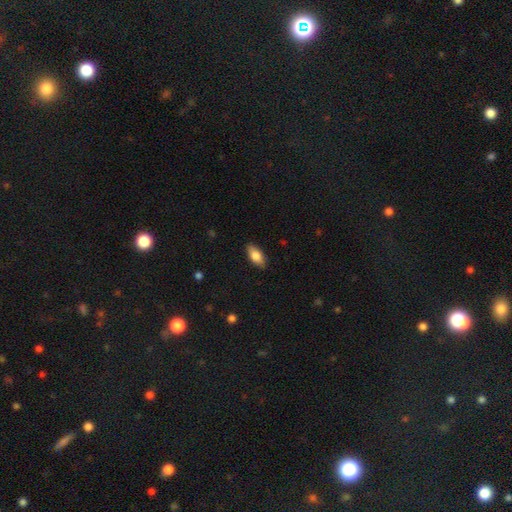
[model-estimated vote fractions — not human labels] Morphology: type=smooth (82%); roundness=in between (89%); merging=none (87%).